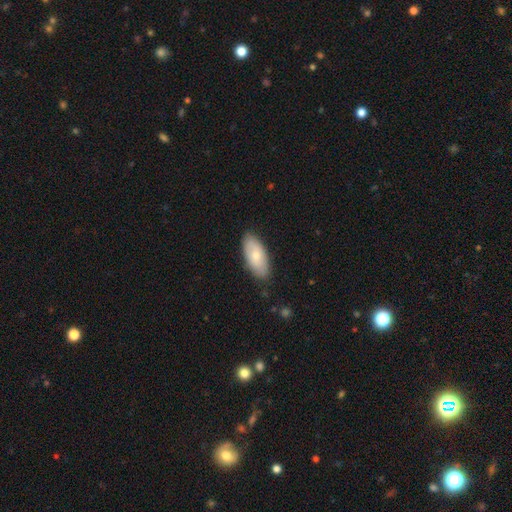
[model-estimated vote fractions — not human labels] Overall: smooth (70%). How rounded: in between (90%). Merging: none (84%).